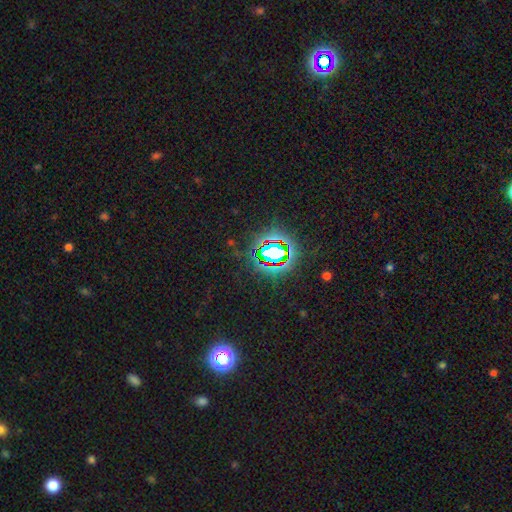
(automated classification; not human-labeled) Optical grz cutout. It shows a star or artifact, not a galaxy (76%).